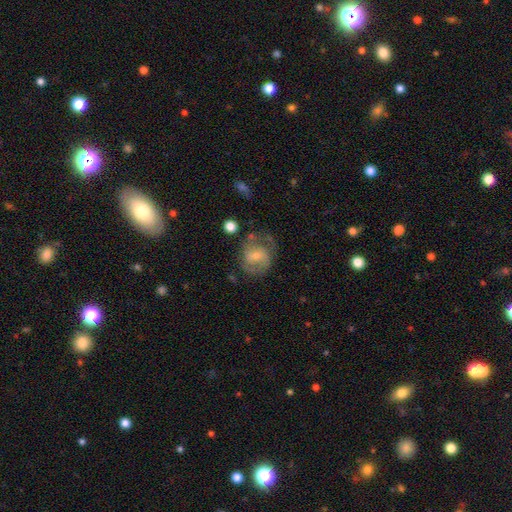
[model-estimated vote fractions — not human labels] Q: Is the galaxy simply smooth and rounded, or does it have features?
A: featured or disk — 63%.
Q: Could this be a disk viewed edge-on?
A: no — 97%.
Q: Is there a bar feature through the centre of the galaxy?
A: no — 44%.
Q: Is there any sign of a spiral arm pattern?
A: yes — 80%.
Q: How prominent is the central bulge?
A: small — 54%.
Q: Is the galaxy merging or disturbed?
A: none — 62%.